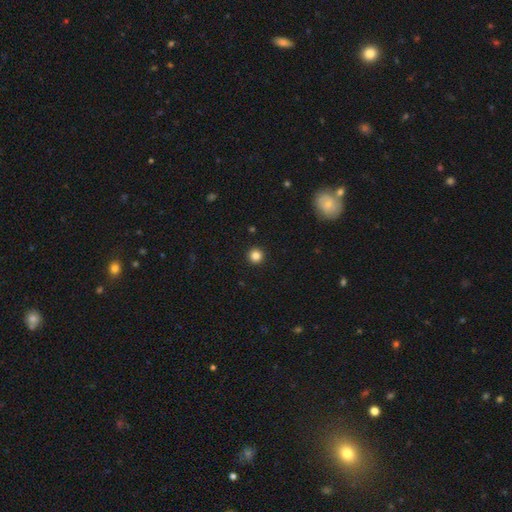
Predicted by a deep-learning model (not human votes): A smooth galaxy with no disk features (85%) that is round (96%).

Vote fractions:
- Smooth or featured? smooth: 85% / star or artifact: 11% / featured or disk: 4%
- How rounded? round: 96% / in between: 3% / cigar-shaped: 1%
- Merging? none: 94% / minor disturbance: 4% / major disturbance: 1% / merger: 1%